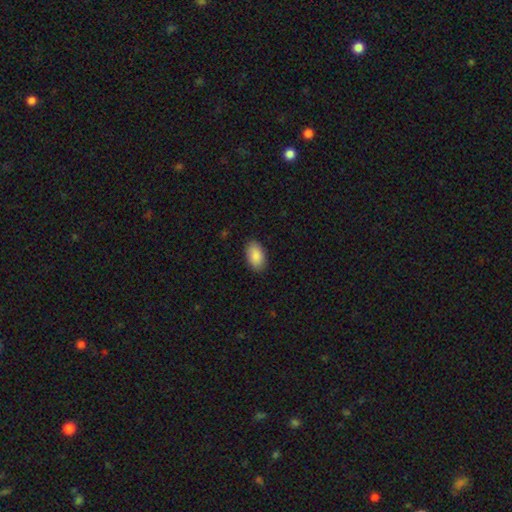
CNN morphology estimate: Overall: smooth (89%). How rounded: in between (94%). Merging: none (88%).